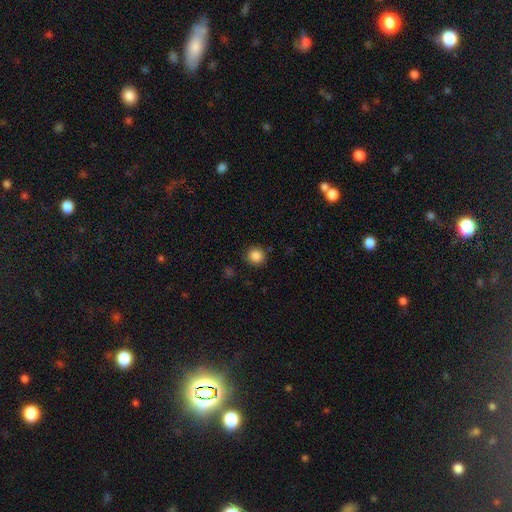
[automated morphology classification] The model was most divided on "smooth or featured": smooth: 86%, star or artifact: 10%, featured or disk: 4%. More confident: how rounded — round (91%); merging — none (88%).